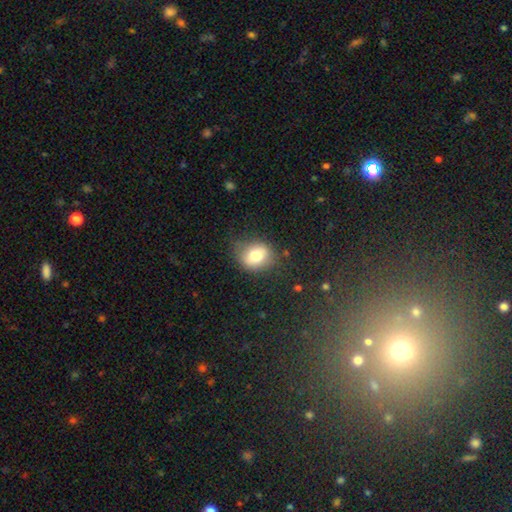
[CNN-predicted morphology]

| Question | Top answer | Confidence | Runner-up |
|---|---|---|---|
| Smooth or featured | smooth | 76% | featured or disk (14%) |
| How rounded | round | 58% | in between (41%) |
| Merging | none | 72% | minor disturbance (20%) |